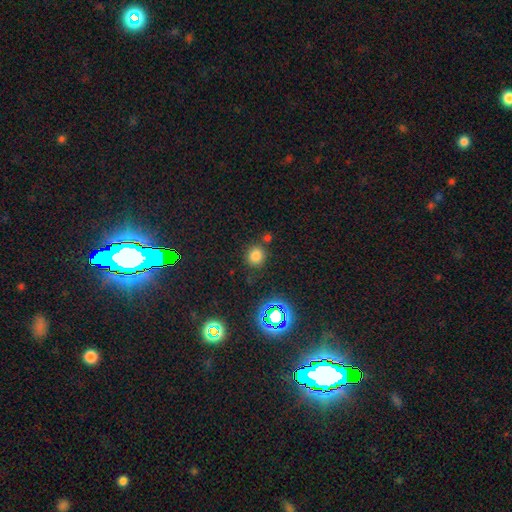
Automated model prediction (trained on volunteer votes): Smooth or featured? Predicted: smooth (p=0.73). How rounded? Predicted: round (p=0.84). Merging? Predicted: none (p=0.78).